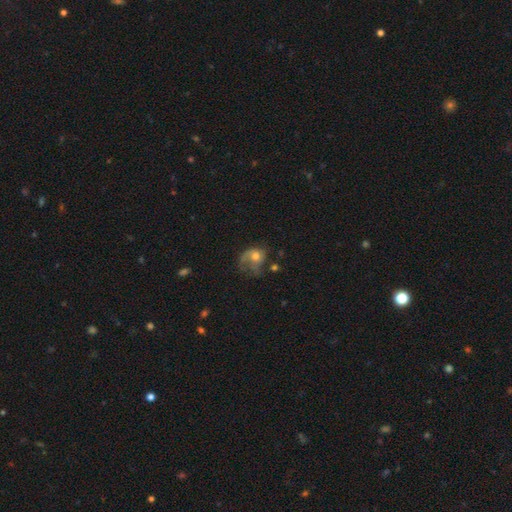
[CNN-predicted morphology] Smooth or featured? smooth (46%)
Merging? major disturbance (47%)